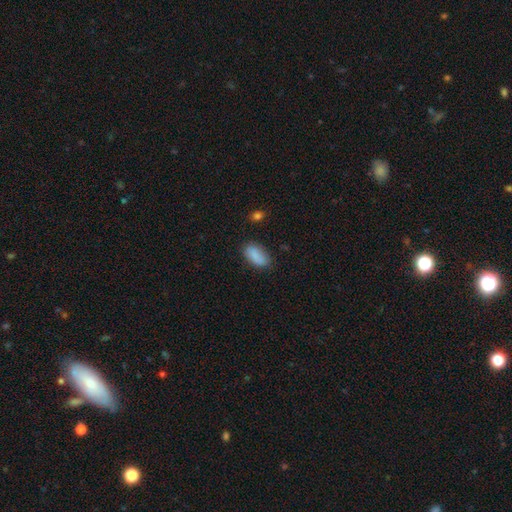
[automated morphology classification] A smooth galaxy with no disk features (87%) that is in between round and cigar-shaped (93%).

Vote fractions:
- Smooth or featured? smooth: 87% / star or artifact: 7% / featured or disk: 6%
- How rounded? in between: 93% / cigar-shaped: 4% / round: 3%
- Merging? none: 79% / minor disturbance: 16% / major disturbance: 3% / merger: 2%